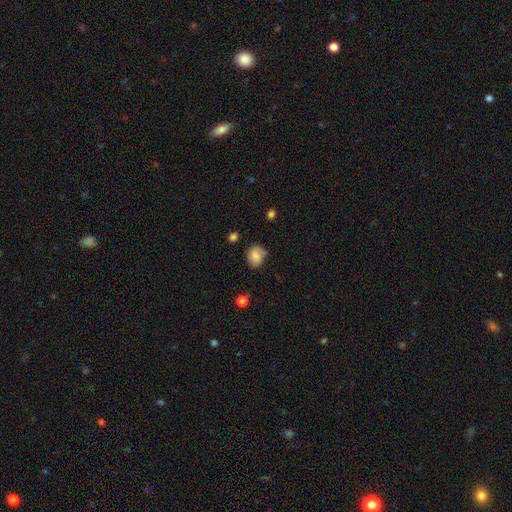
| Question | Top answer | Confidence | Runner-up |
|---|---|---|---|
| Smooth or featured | smooth | 78% | featured or disk (19%) |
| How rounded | round | 55% | in between (45%) |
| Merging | minor disturbance | 50% | none (36%) |